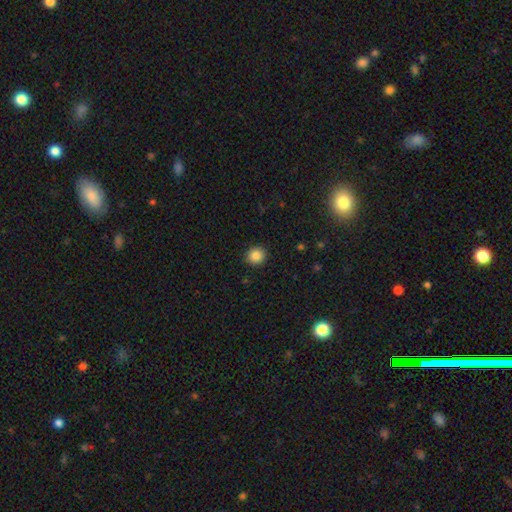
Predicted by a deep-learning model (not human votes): Smooth or featured? Predicted: smooth (p=0.86). How rounded? Predicted: round (p=0.88). Merging? Predicted: none (p=0.92).